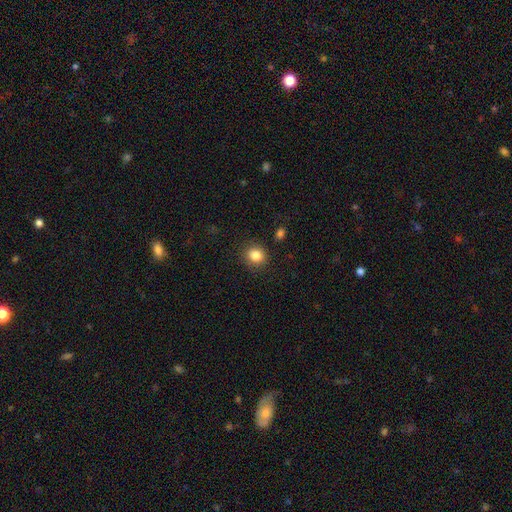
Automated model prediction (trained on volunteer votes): The model was most divided on "how rounded": round: 84%, in between: 15%, cigar-shaped: 1%. More confident: merging — none (88%); smooth or featured — smooth (84%).